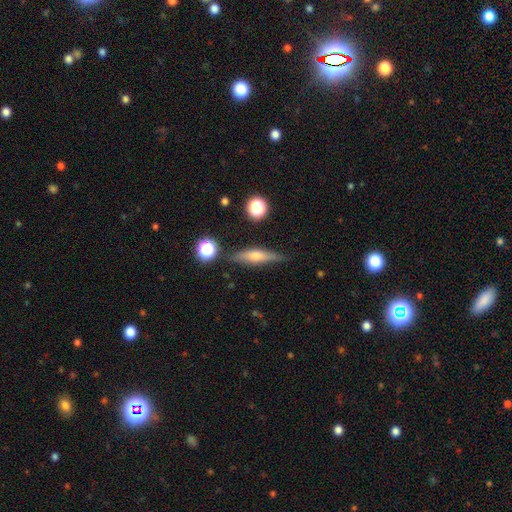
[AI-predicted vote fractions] This appears to be a featured or disk galaxy (48%). Merging: none (81%).